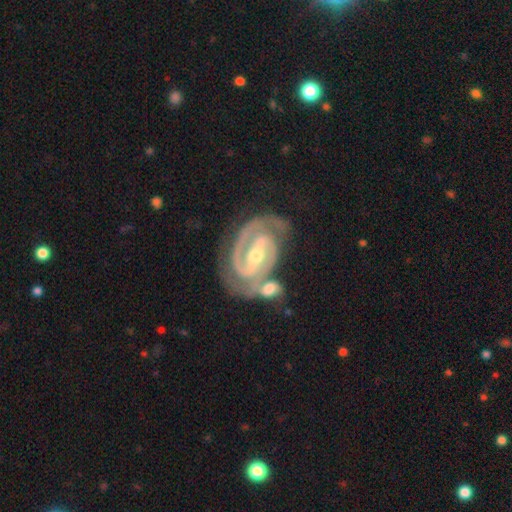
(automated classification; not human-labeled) Smooth or featured?
  - featured or disk: 93% *
  - star or artifact: 4%
  - smooth: 3%
Edge-on disk?
  - no: 97% *
  - yes: 3%
Bar?
  - strong: 46% *
  - weak: 37%
  - no: 17%
Spiral arms?
  - yes: 98% *
  - no: 2%
Spiral winding?
  - tight: 67% *
  - medium: 29%
  - loose: 4%
Spiral arm count?
  - 2: 87% *
  - 3: 5%
  - can't tell: 3%
  - 1: 3%
  - 4: 1%
  - more than 4: 1%
Bulge size?
  - moderate: 54% *
  - small: 42%
  - large: 2%
  - none: 1%
  - dominant: 1%
Merging?
  - none: 56% *
  - merger: 23%
  - minor disturbance: 15%
  - major disturbance: 6%